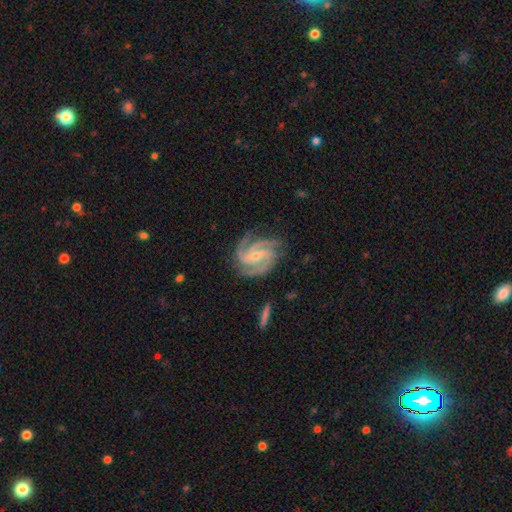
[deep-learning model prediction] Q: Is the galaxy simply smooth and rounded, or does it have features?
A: featured or disk — 93%.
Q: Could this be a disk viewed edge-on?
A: no — 98%.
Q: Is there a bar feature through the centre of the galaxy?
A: weak — 44%.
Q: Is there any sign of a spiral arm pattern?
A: yes — 99%.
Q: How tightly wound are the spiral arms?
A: tight — 50%.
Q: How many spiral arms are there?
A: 3 — 57%.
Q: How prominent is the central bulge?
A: small — 65%.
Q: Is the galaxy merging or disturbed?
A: none — 78%.